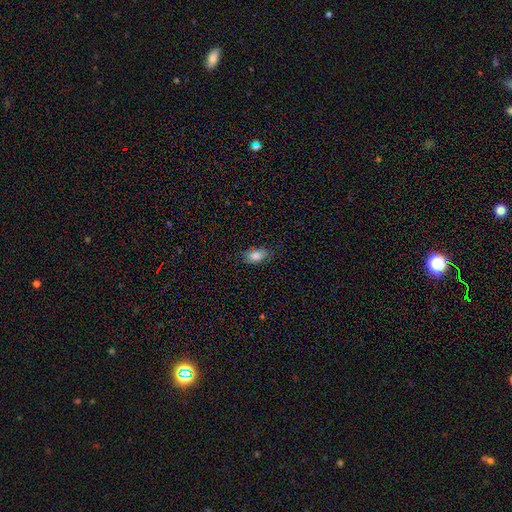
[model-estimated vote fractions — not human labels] This appears to be a smooth galaxy with no disk features (81%) that is in between round and cigar-shaped (89%). Merging: none (69%).